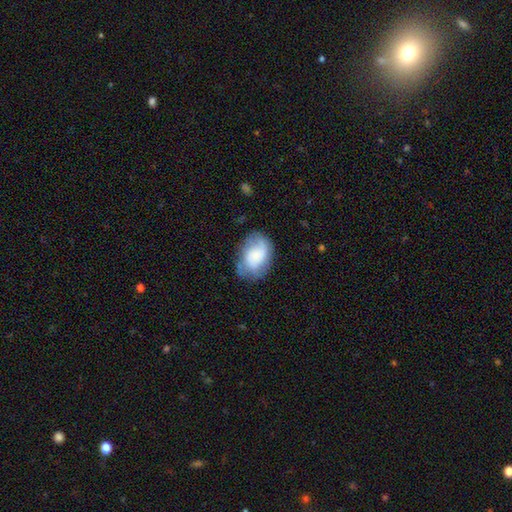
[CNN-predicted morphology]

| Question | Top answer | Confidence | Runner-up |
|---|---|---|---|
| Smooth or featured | smooth | 51% | featured or disk (41%) |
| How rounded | in between | 78% | round (21%) |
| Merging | none | 61% | minor disturbance (25%) |